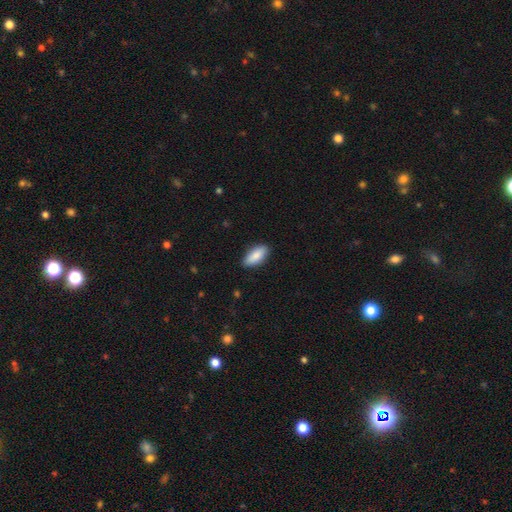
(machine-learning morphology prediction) smooth_or_featured: smooth (p=0.86) [alt: featured or disk p=0.08]
how_rounded: in between (p=0.85) [alt: cigar-shaped p=0.13]
merging: none (p=0.87) [alt: minor disturbance p=0.10]